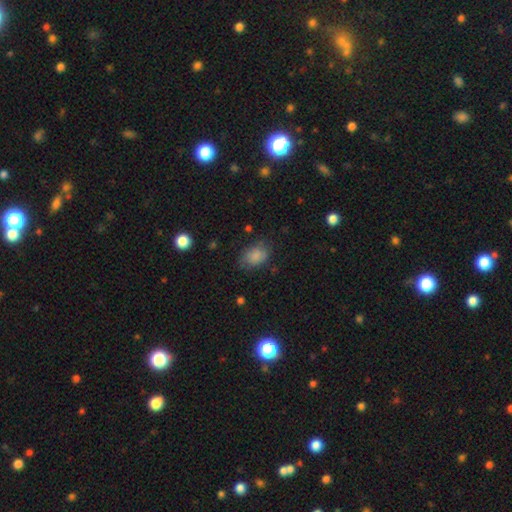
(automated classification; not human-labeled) smooth_or_featured: smooth (p=0.84) [alt: star or artifact p=0.09]
how_rounded: in between (p=0.82) [alt: round p=0.17]
merging: none (p=0.70) [alt: minor disturbance p=0.22]